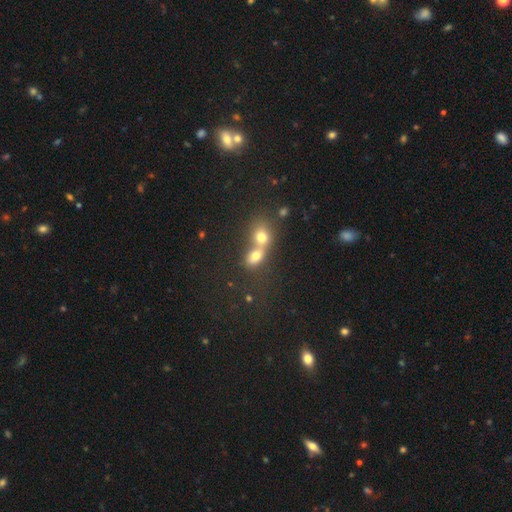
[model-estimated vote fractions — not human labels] Smooth or featured?
  - smooth: 70% *
  - featured or disk: 16%
  - star or artifact: 14%
How rounded?
  - in between: 50% *
  - round: 47%
  - cigar-shaped: 2%
Merging?
  - merger: 70% *
  - none: 21%
  - minor disturbance: 5%
  - major disturbance: 4%